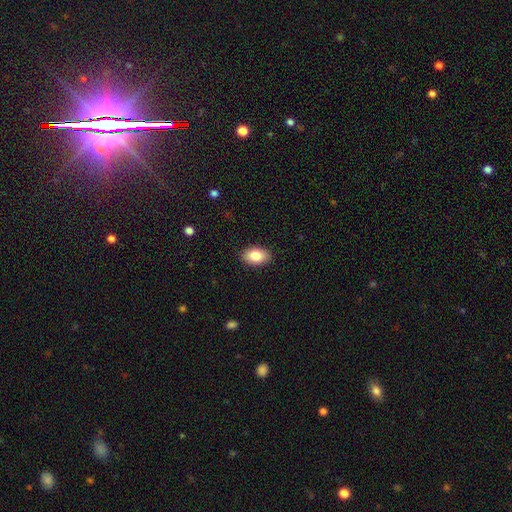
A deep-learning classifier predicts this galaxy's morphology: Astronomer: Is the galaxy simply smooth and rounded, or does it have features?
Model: smooth — 84%.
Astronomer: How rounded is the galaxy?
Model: in between — 91%.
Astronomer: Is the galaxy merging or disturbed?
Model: none — 89%.